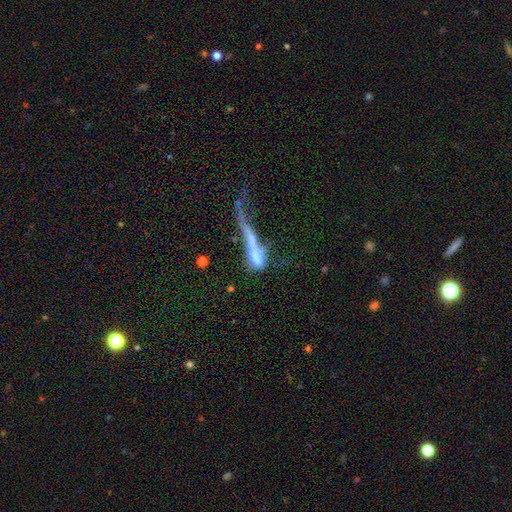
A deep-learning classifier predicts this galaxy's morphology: A smooth galaxy with no disk features (44%). Merging: merger (42%).